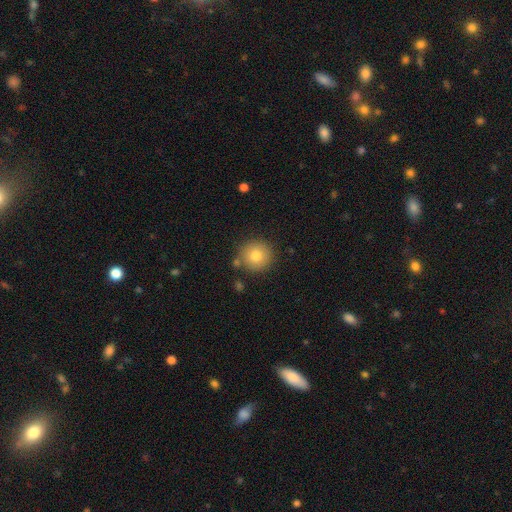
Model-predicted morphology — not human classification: Q: Smooth or featured?
A: smooth (80%); runner-up: featured or disk (10%)
Q: How rounded?
A: round (93%); runner-up: in between (6%)
Q: Merging?
A: none (83%); runner-up: minor disturbance (9%)